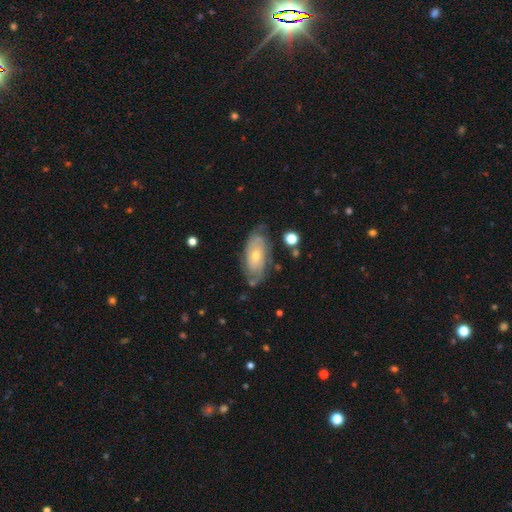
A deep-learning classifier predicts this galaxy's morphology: Smooth or featured? Predicted: featured or disk (p=0.71). Edge-on disk? Predicted: no (p=0.91). Bar? Predicted: no (p=0.74). Spiral arms? Predicted: yes (p=0.84). Spiral winding? Predicted: tight (p=0.64). Spiral arm count? Predicted: can't tell (p=0.43). Bulge size? Predicted: small (p=0.54). Merging? Predicted: none (p=0.70).